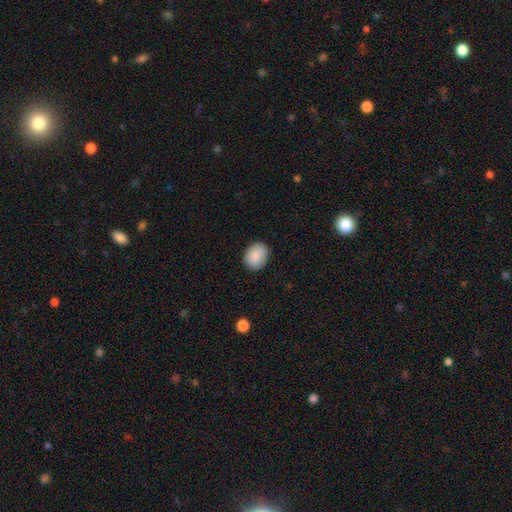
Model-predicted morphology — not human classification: smooth-or-featured: smooth: 87% | star or artifact: 7% | featured or disk: 6%
  how-rounded: round: 51% | in between: 48% | cigar-shaped: 1%
  merging: none: 87% | minor disturbance: 10% | major disturbance: 2% | merger: 1%